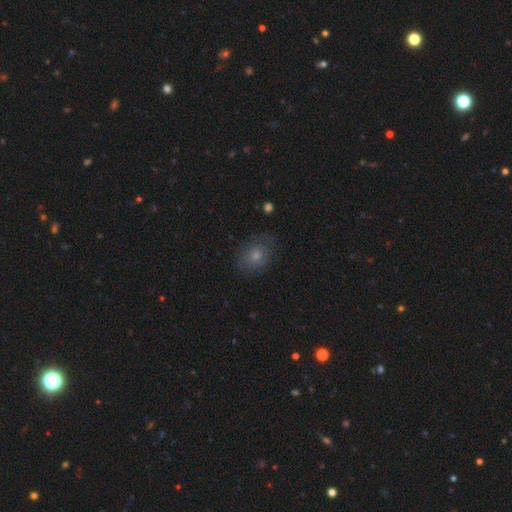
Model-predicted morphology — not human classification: Q: Smooth or featured?
A: smooth (70%); runner-up: featured or disk (18%)
Q: How rounded?
A: in between (53%); runner-up: round (45%)
Q: Merging?
A: none (72%); runner-up: minor disturbance (19%)